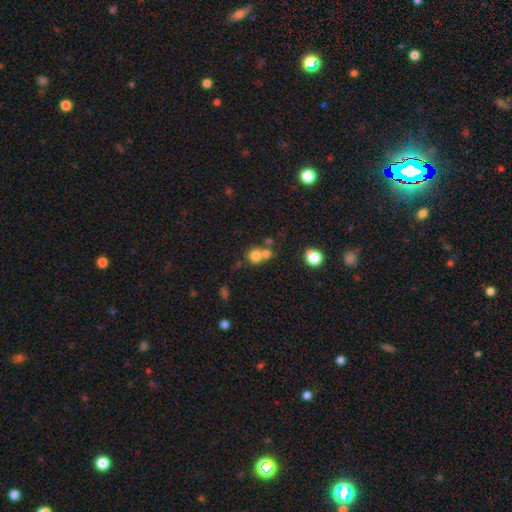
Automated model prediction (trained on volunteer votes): The model was most divided on "merging" (2-way tie): none: 45%, merger: 45%, minor disturbance: 7%, major disturbance: 4%. More confident: how rounded — round (87%); smooth or featured — smooth (75%).